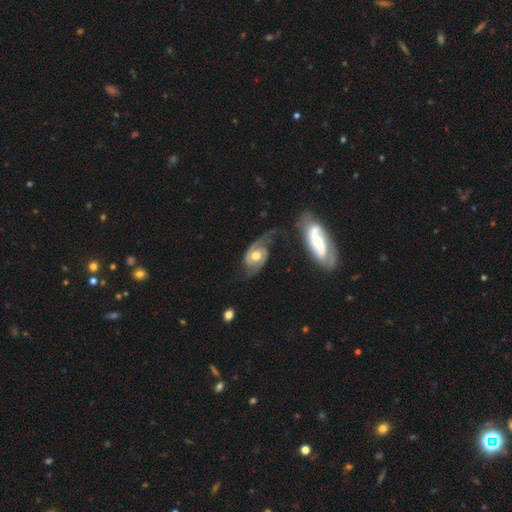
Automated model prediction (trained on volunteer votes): smooth-or-featured: featured or disk: 84% | smooth: 11% | star or artifact: 5%
  disk-edge-on: no: 96% | yes: 4%
    bar: no: 62% | weak: 29% | strong: 9%
    has-spiral-arms: yes: 94% | no: 6%
      spiral-winding: medium: 46% | tight: 28% | loose: 26%
      spiral-arm-count: 2: 87% | 1: 5% | can't tell: 4% | 3: 1% | 4: 1% | more than 4: 1%
    bulge-size: moderate: 70% | large: 17% | small: 10% | dominant: 1% | none: 1%
  merging: none: 53% | minor disturbance: 22% | major disturbance: 18% | merger: 7%